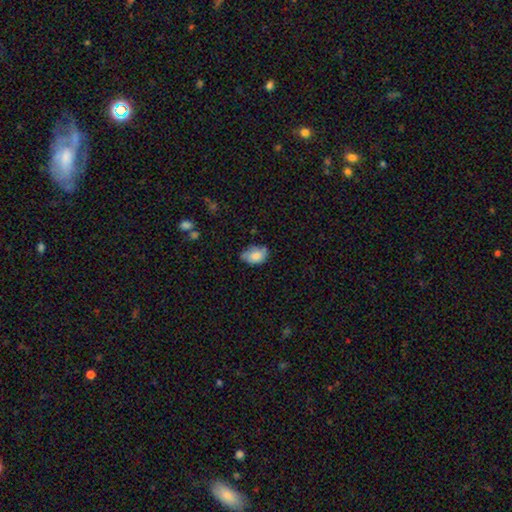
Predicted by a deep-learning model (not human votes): smooth 79%, featured or disk 14%, star or artifact 8%. Down the decision tree: how rounded — in between (83%); merging — none (56%).